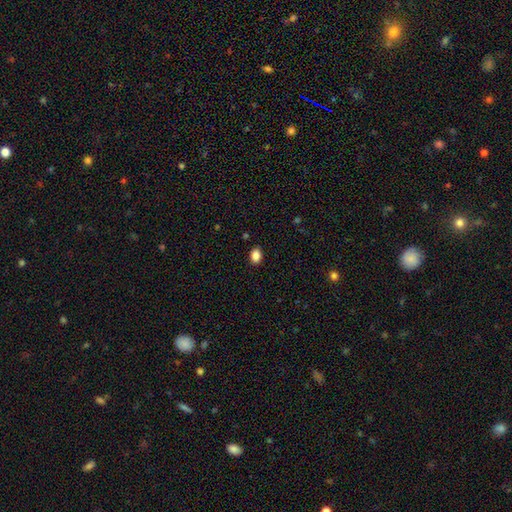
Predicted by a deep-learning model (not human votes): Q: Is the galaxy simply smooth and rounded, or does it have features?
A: smooth — 86%.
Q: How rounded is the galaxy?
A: in between — 74%.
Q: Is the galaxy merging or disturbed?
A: none — 89%.